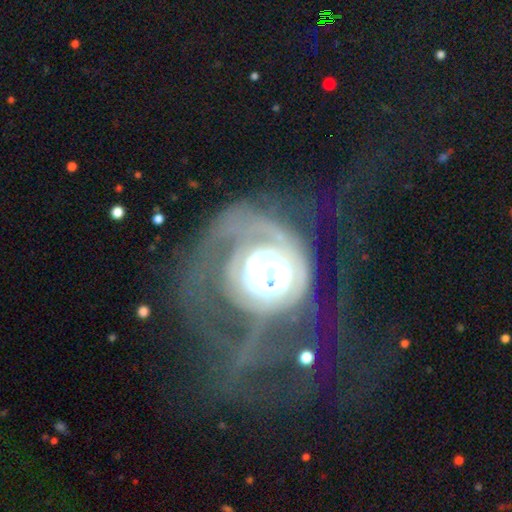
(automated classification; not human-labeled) A featured or disk galaxy (66%) with no bar (77%), spiral arms (60%) and a large central bulge (44%).

Vote fractions:
- Smooth or featured? featured or disk: 66% / star or artifact: 19% / smooth: 15%
- Edge-on disk? no: 94% / yes: 6%
- Bar? no: 77% / weak: 14% / strong: 9%
- Spiral arms? yes: 60% / no: 40%
- Bulge size? large: 44% / moderate: 29% / dominant: 18% / small: 6% / none: 3%
- Merging? major disturbance: 44% / none: 36% / minor disturbance: 14% / merger: 6%